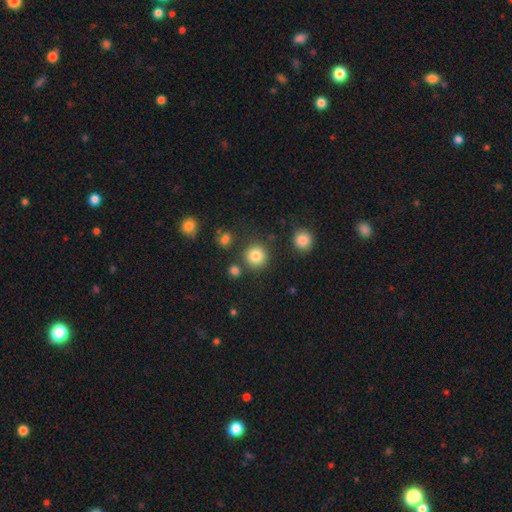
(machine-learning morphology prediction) smooth 83%, star or artifact 11%, featured or disk 6%. Down the decision tree: how rounded — round (93%); merging — none (84%).